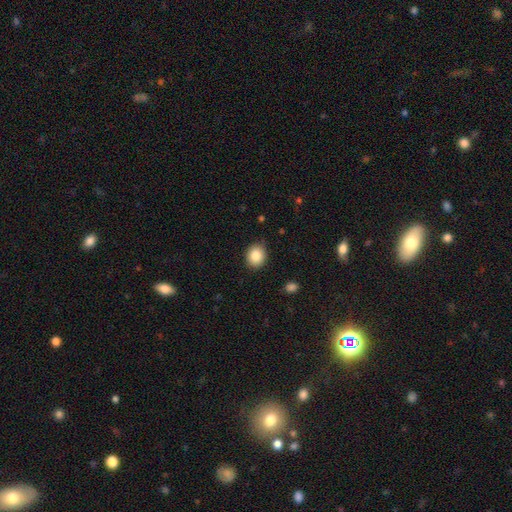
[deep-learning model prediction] This appears to be a smooth galaxy with no disk features (84%) that is round (72%). Merging: none (87%).